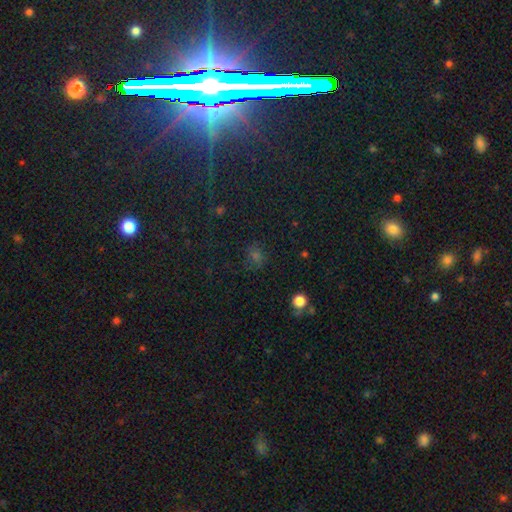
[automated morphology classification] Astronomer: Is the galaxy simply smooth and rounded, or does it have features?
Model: smooth — 50% (runner-up: star or artifact, 40%).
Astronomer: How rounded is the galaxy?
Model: round — 66%.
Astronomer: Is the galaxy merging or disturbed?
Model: none — 76%.